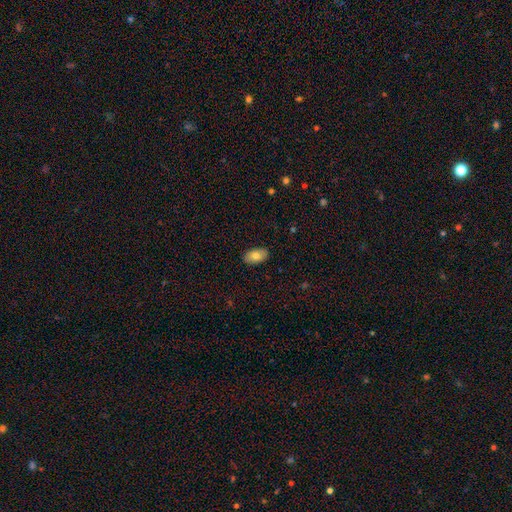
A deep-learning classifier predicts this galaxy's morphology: Smooth or featured? Predicted: smooth (p=0.78). How rounded? Predicted: in between (p=0.94). Merging? Predicted: none (p=0.88).